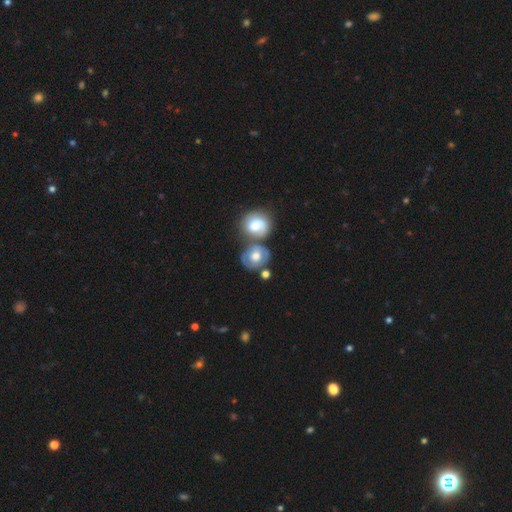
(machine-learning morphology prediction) A featured or disk galaxy (47%).

Vote fractions:
- Smooth or featured? featured or disk: 47% / smooth: 46% / star or artifact: 7%
- Merging? none: 48% / merger: 32% / minor disturbance: 14% / major disturbance: 6%